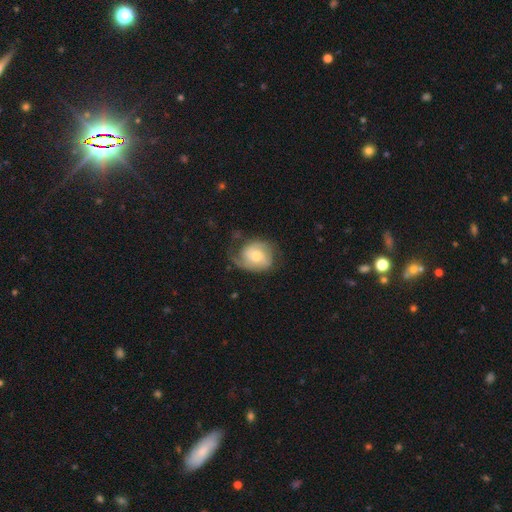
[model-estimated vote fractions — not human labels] Overall: featured or disk (66%; smooth 28%). Edge-on disk: no (97%). Bar: no (63%; weak 31%). Spiral arms: yes (89%). Spiral arm count: 2 (61%). Spiral winding: tight (40%, tied with medium). Bulge size: moderate (42%; small 41%). Merging: none (51%; minor disturbance 26%).